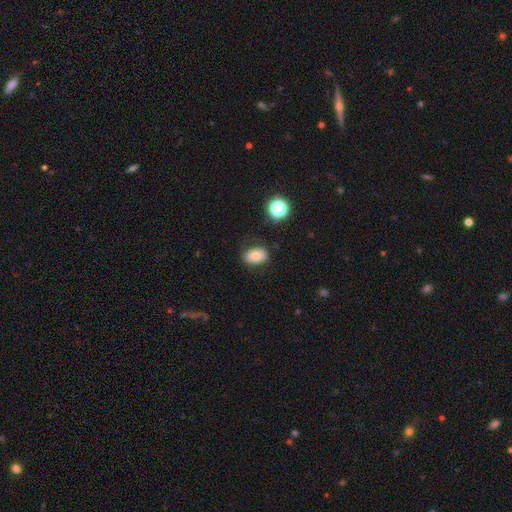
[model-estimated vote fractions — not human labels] Smooth or featured? smooth (71%)
How rounded? in between (79%)
Merging? none (77%)